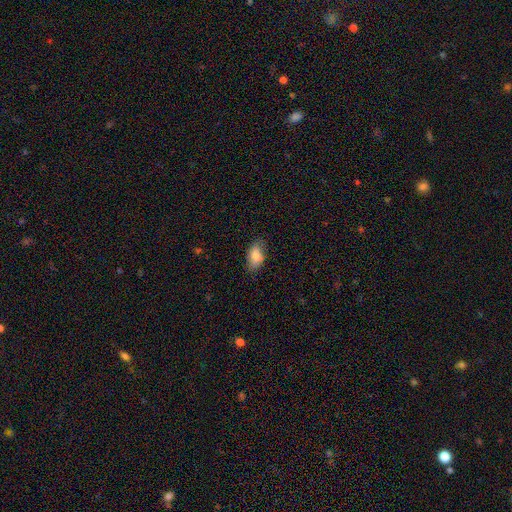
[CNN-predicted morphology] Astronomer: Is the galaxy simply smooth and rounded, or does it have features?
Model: smooth — 80%.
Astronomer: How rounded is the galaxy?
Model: in between — 92%.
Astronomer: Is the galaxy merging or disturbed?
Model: none — 76%.